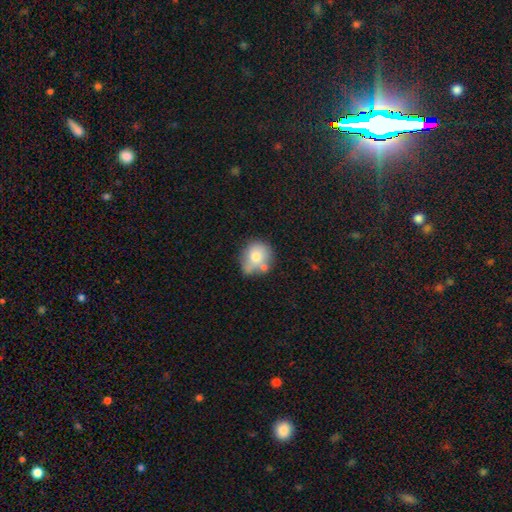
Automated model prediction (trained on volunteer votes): A smooth galaxy with no disk features (70%) that is round (76%). Merging: none (46%).